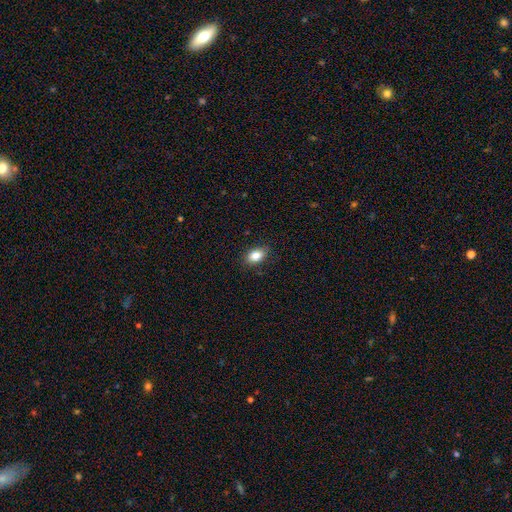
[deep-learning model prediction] This is clearly a smooth galaxy (84%). How rounded: clearly in between (86%). Merging: clearly none (85%).